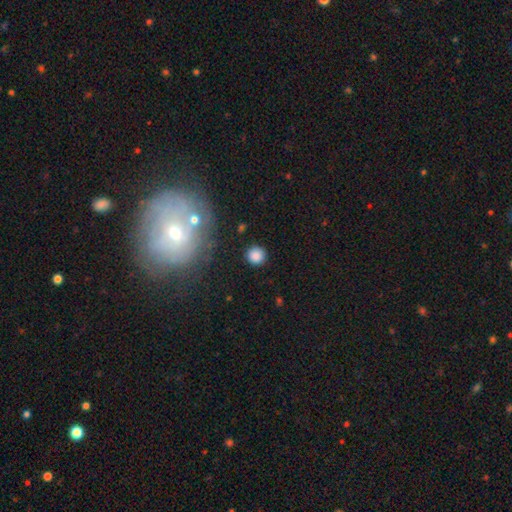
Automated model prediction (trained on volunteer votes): Smooth or featured: smooth — 84% (star or artifact — 11%)
How rounded: round — 93% (in between — 6%)
Merging: none — 88% (minor disturbance — 7%)